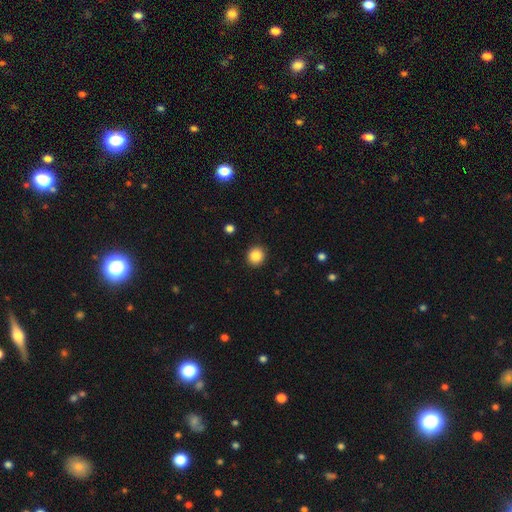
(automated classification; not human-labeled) Smooth or featured: smooth — 86% (star or artifact — 10%)
How rounded: round — 89% (in between — 11%)
Merging: none — 92% (minor disturbance — 6%)